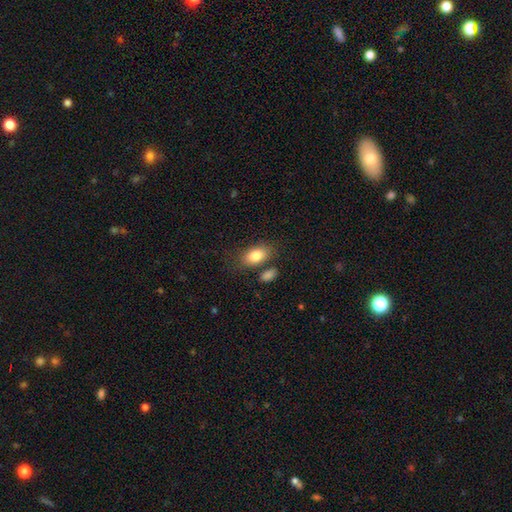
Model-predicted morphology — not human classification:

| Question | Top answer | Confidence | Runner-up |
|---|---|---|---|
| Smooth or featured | smooth | 82% | featured or disk (11%) |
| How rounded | in between | 88% | round (10%) |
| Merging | none | 69% | minor disturbance (14%) |